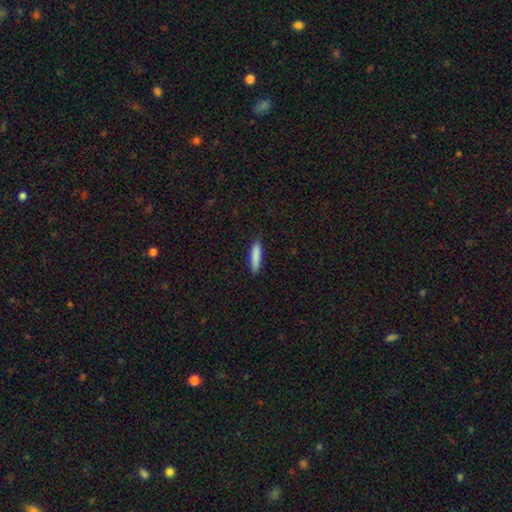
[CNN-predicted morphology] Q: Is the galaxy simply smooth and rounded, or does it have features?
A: smooth — 87%.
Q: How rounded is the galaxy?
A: cigar-shaped — 77%.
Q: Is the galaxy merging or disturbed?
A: none — 88%.